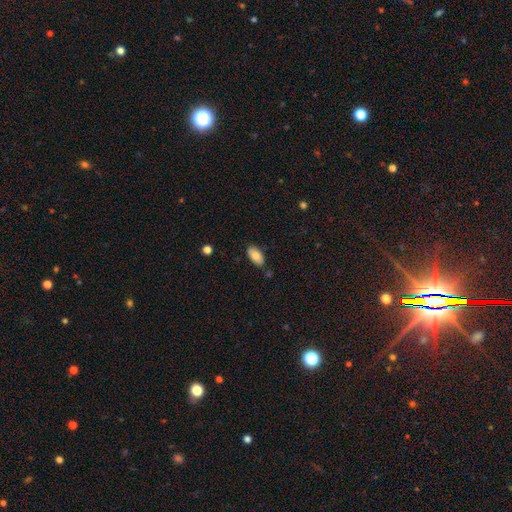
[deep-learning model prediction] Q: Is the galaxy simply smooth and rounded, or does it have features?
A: smooth — 85%.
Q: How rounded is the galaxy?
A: in between — 93%.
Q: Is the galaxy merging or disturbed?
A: none — 80%.